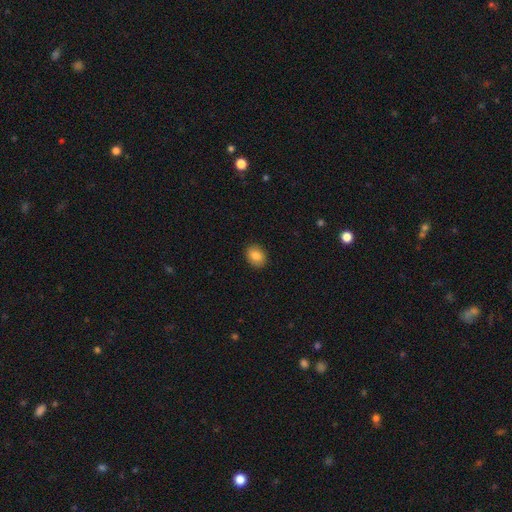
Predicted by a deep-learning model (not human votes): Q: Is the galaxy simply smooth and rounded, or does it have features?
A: smooth — 85%.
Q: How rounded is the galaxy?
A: in between — 60%.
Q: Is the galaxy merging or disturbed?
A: none — 90%.